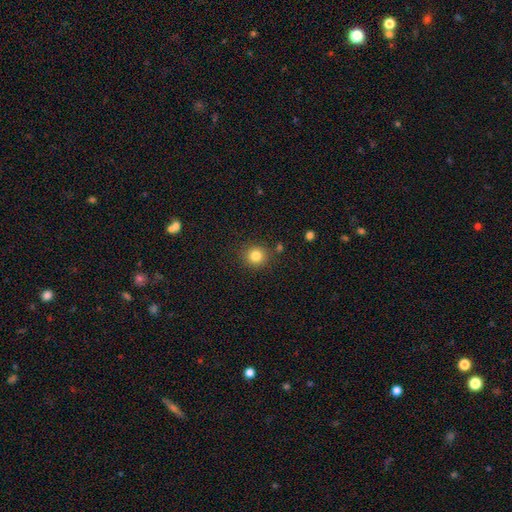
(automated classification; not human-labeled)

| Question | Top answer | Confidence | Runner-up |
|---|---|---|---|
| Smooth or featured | smooth | 83% | star or artifact (12%) |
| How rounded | round | 91% | in between (8%) |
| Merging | none | 87% | minor disturbance (8%) |